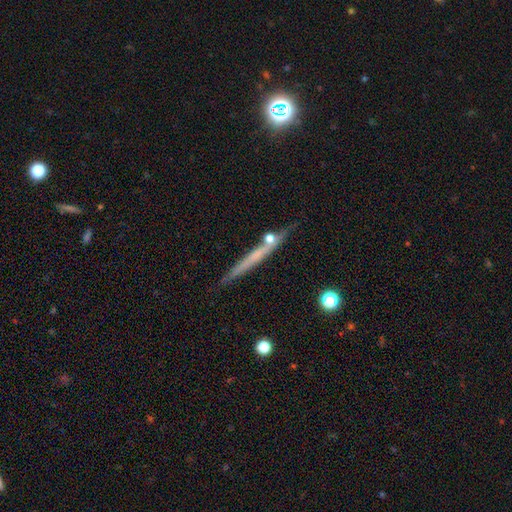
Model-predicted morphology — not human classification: Smooth or featured?
  - featured or disk: 50% *
  - smooth: 42%
  - star or artifact: 8%
Edge-on disk?
  - yes: 95% *
  - no: 5%
Merging?
  - none: 78% *
  - minor disturbance: 12%
  - merger: 7%
  - major disturbance: 3%